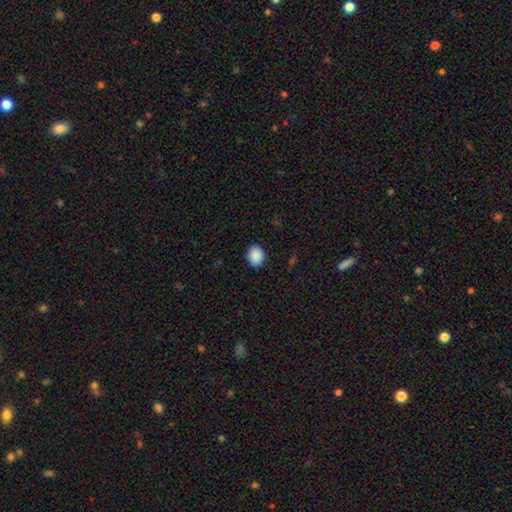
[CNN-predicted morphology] smooth 89%, star or artifact 8%, featured or disk 3%. Down the decision tree: how rounded — round (58%); merging — none (88%).